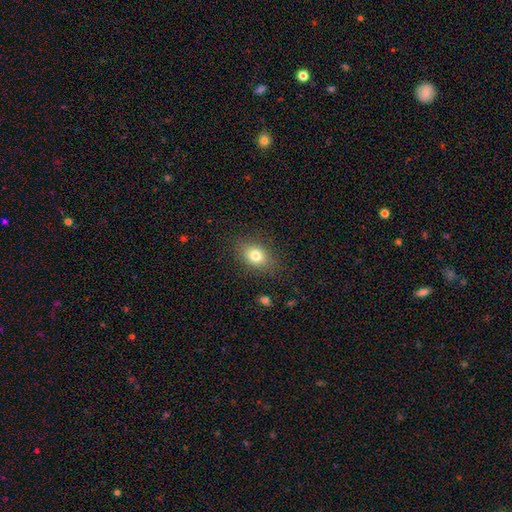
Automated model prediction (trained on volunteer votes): The model was most divided on "how rounded": in between: 74%, round: 24%, cigar-shaped: 2%. More confident: merging — none (83%); smooth or featured — smooth (79%).